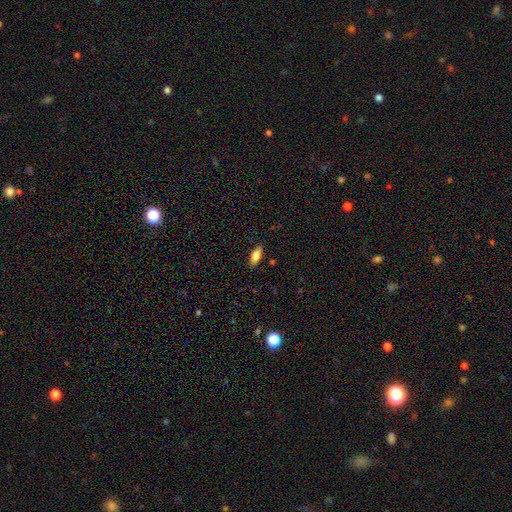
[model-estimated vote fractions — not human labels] The model was most divided on "how rounded": in between: 78%, cigar-shaped: 19%, round: 3%. More confident: merging — none (86%); smooth or featured — smooth (77%).